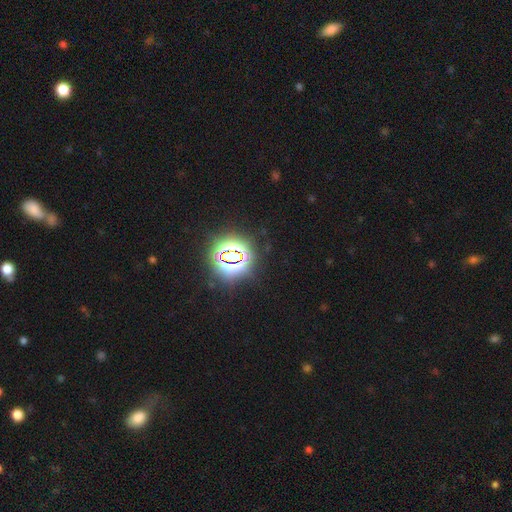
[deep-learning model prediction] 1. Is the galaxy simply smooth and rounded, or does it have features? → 81% star or artifact, 13% smooth, 6% featured or disk.